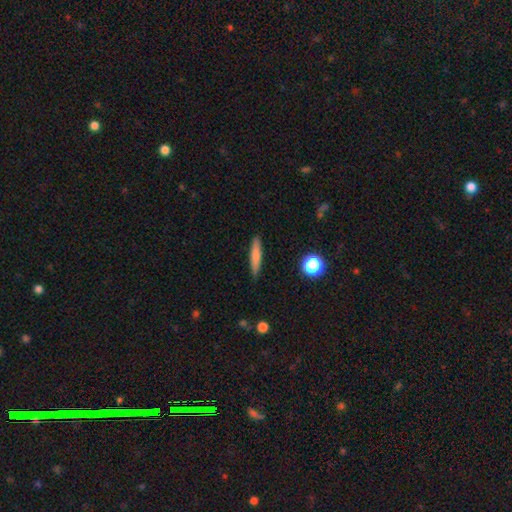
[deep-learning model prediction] smooth_or_featured: smooth (p=0.72) [alt: featured or disk p=0.21]
how_rounded: cigar-shaped (p=0.88) [alt: in between p=0.10]
merging: none (p=0.88) [alt: minor disturbance p=0.09]